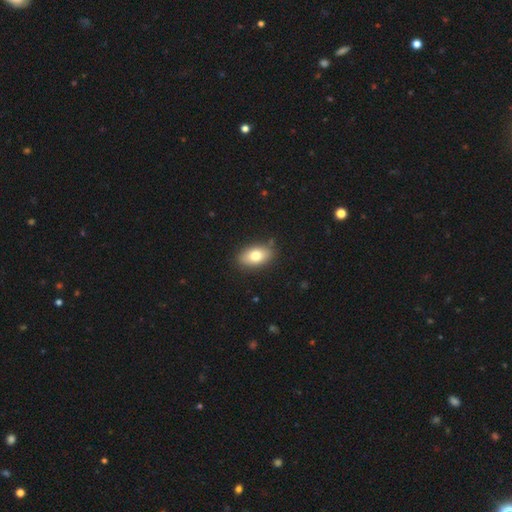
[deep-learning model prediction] The model was most divided on "smooth or featured": smooth: 78%, featured or disk: 14%, star or artifact: 8%. More confident: how rounded — in between (90%); merging — none (83%).